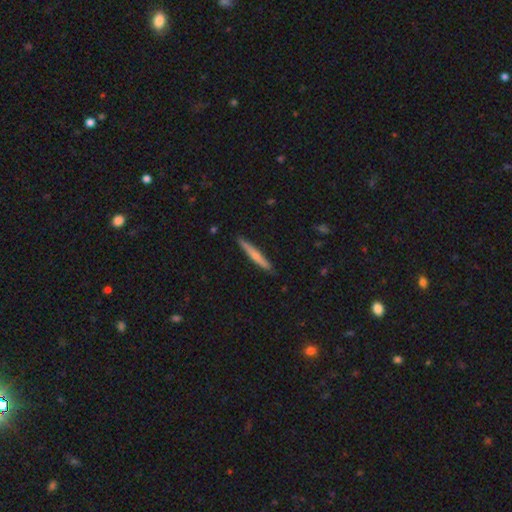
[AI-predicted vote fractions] Smooth or featured: smooth — 58% (featured or disk — 37%)
How rounded: cigar-shaped — 96% (in between — 3%)
Merging: none — 89% (minor disturbance — 8%)